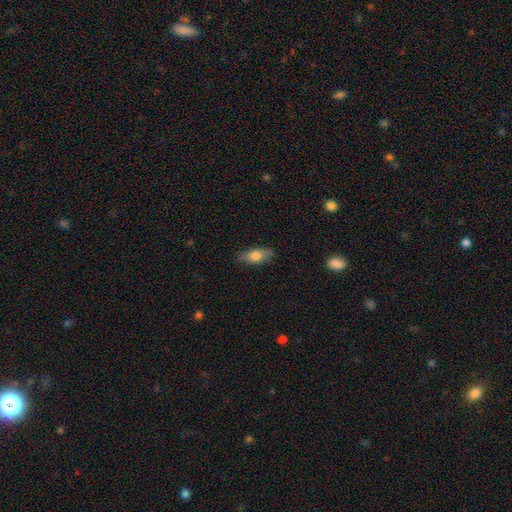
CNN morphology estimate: This appears to be a smooth galaxy with no disk features (73%) that is in between round and cigar-shaped (77%). Merging: none (81%).